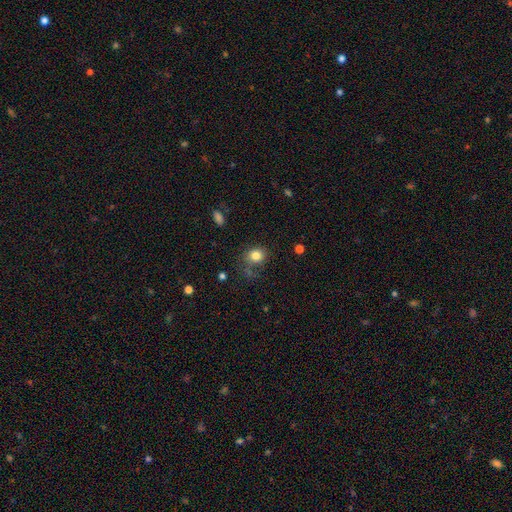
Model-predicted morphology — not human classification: smooth-or-featured: smooth: 82% | star or artifact: 11% | featured or disk: 7%
  how-rounded: round: 67% | in between: 32% | cigar-shaped: 1%
  merging: none: 66% | minor disturbance: 19% | major disturbance: 11% | merger: 4%